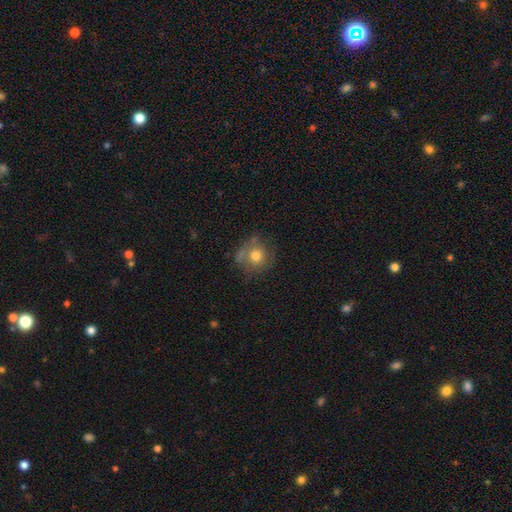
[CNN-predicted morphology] Smooth or featured? Predicted: smooth (p=0.68). How rounded? Predicted: round (p=0.87). Merging? Predicted: none (p=0.62).